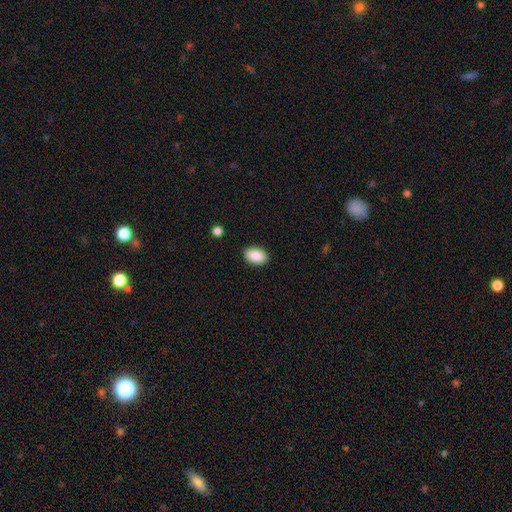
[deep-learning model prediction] Smooth or featured? smooth (88%)
How rounded? in between (88%)
Merging? none (89%)